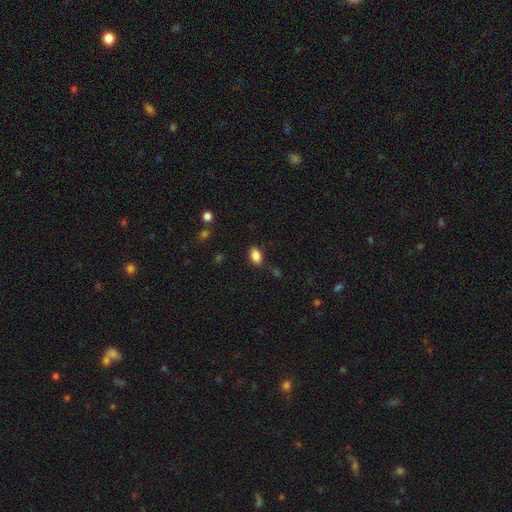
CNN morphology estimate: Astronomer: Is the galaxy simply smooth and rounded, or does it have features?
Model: smooth — 86%.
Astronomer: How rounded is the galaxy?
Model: in between — 89%.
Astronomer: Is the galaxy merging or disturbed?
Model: none — 79%.